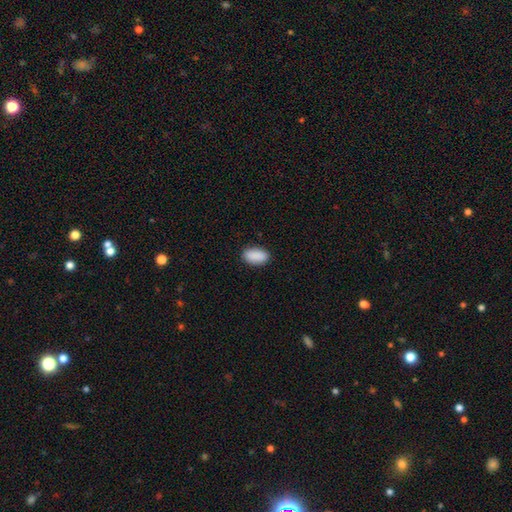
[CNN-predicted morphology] smooth-or-featured: smooth: 90% | star or artifact: 7% | featured or disk: 3%
  how-rounded: in between: 93% | round: 4% | cigar-shaped: 3%
  merging: none: 87% | minor disturbance: 10% | major disturbance: 2% | merger: 1%